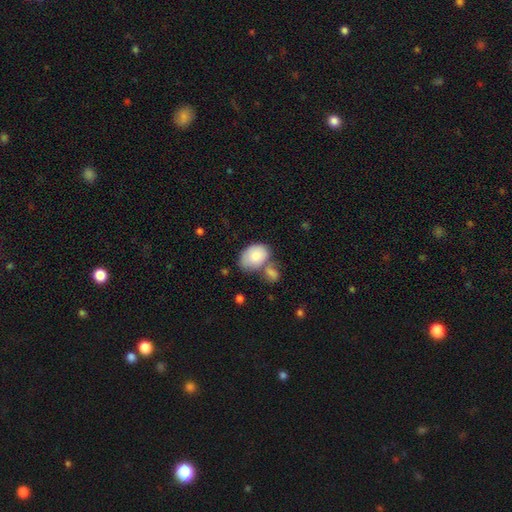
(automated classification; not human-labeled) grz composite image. It shows a smooth galaxy with no disk features (81%) that is in between round and cigar-shaped (83%). Merging: none (40%).